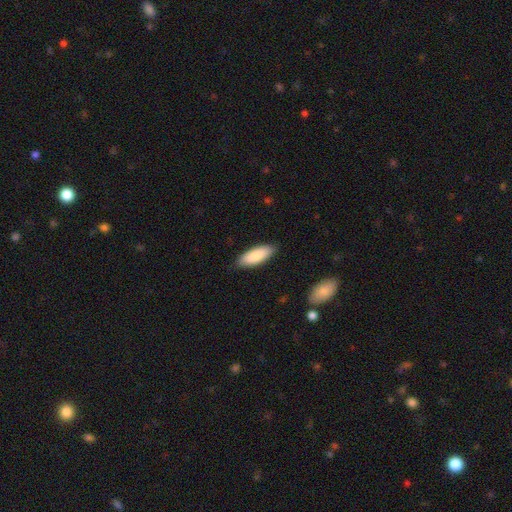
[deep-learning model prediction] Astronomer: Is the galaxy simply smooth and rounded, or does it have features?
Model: smooth — 85%.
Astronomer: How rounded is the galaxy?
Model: in between — 73%.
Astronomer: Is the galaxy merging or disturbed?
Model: none — 86%.